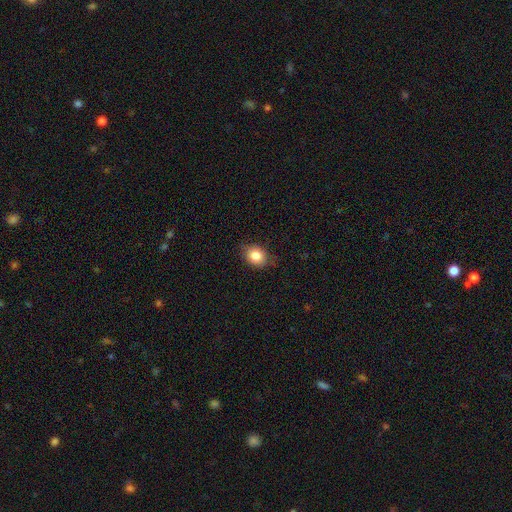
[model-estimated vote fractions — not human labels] Smooth or featured? Predicted: smooth (p=0.83). How rounded? Predicted: round (p=0.50). Merging? Predicted: none (p=0.81).